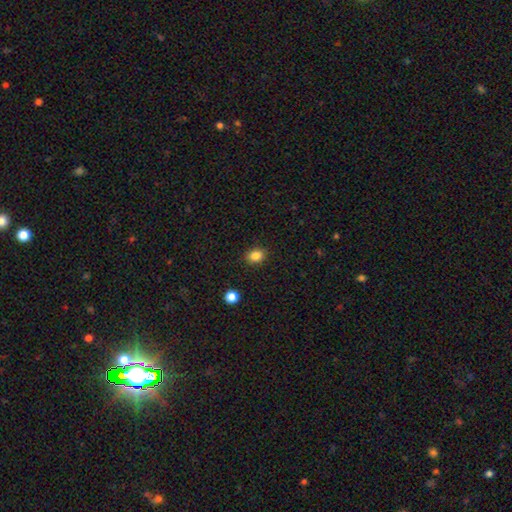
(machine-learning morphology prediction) Smooth or featured: smooth — 85% (star or artifact — 10%)
How rounded: in between — 56% (round — 43%)
Merging: none — 89% (minor disturbance — 8%)